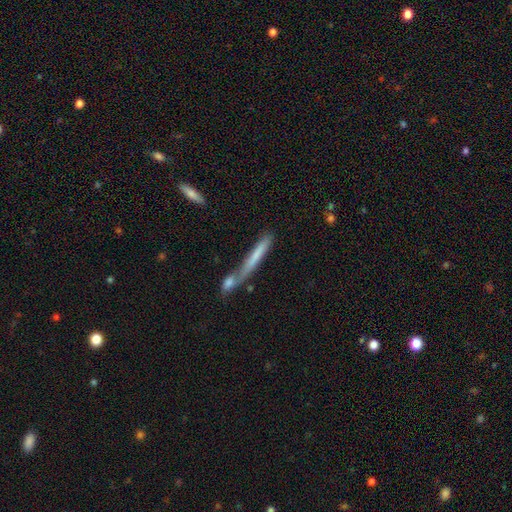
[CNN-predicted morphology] This appears to be a smooth galaxy with no disk features (62%) that is cigar-shaped (93%). Merging: merger (41%).